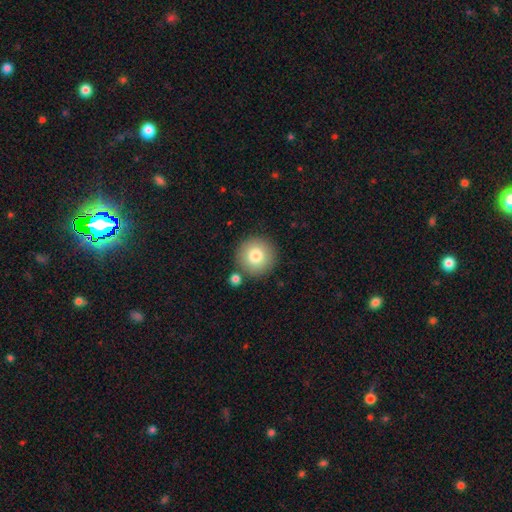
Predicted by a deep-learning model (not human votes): The model was most divided on "smooth or featured": smooth: 81%, featured or disk: 10%, star or artifact: 9%. More confident: how rounded — round (96%); merging — none (82%).